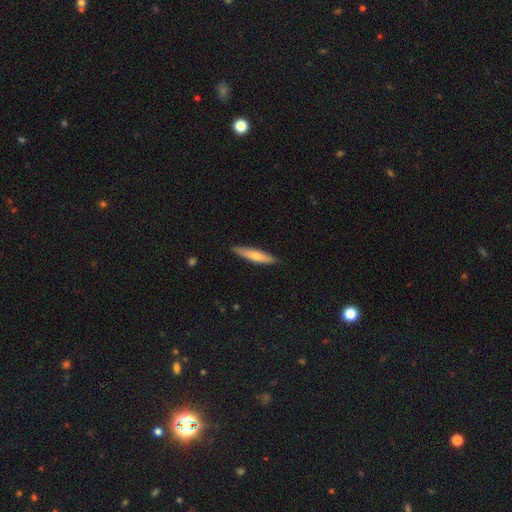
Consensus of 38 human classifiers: Q: Smooth or featured?
A: smooth (71%); runner-up: featured or disk (29%)
Q: How rounded?
A: cigar-shaped (85%); runner-up: in between (15%)
Q: Merging?
A: none (79%); runner-up: minor disturbance (16%)